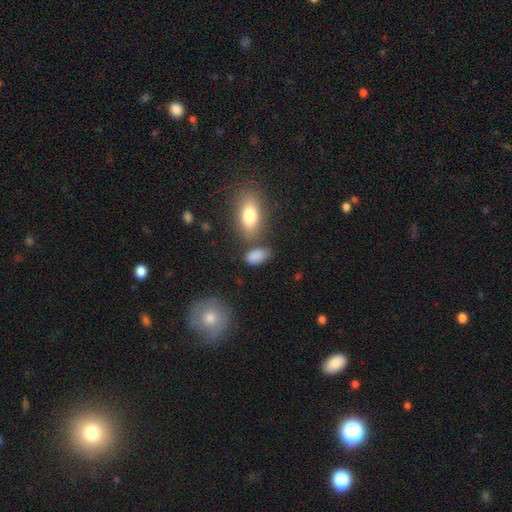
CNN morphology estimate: Smooth or featured? Predicted: smooth (p=0.85). How rounded? Predicted: in between (p=0.90). Merging? Predicted: none (p=0.61).